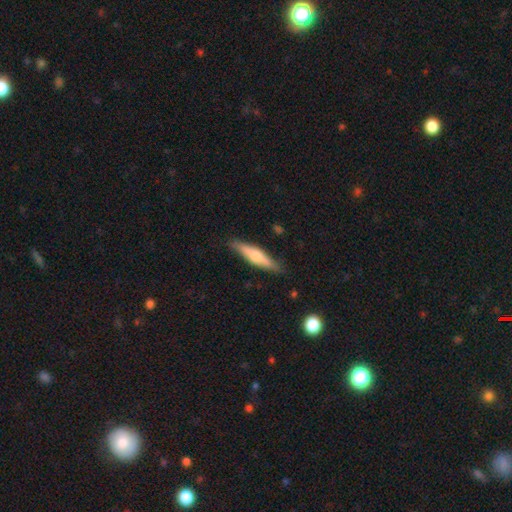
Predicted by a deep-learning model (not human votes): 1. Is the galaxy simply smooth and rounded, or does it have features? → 50% smooth, 44% featured or disk, 6% star or artifact.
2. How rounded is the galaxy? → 77% cigar-shaped, 21% in between, 2% round.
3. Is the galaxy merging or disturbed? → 84% none, 12% minor disturbance, 2% major disturbance, 1% merger.